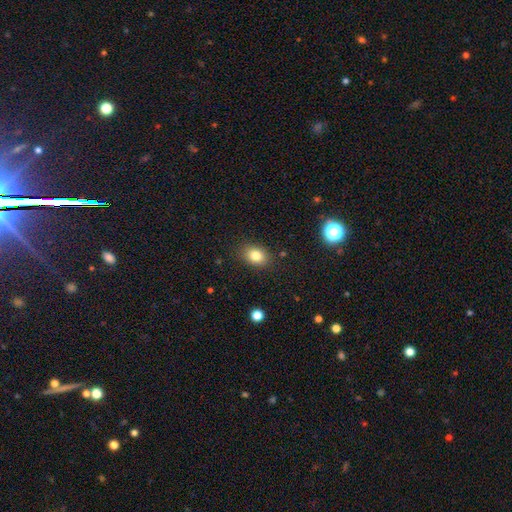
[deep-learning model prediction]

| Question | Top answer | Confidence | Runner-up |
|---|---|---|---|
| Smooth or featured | smooth | 81% | star or artifact (11%) |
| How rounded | in between | 66% | round (33%) |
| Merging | none | 87% | minor disturbance (9%) |